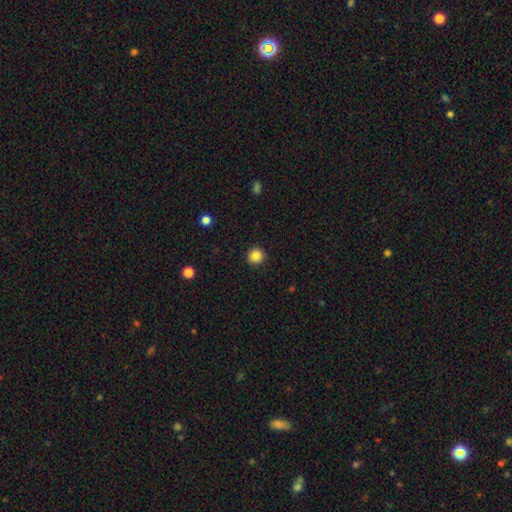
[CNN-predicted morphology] type=smooth (85%); roundness=round (93%); merging=none (92%).